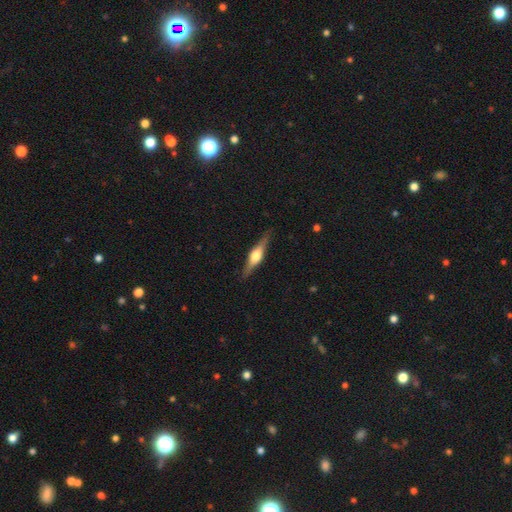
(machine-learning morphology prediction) smooth-or-featured: featured or disk: 71% | smooth: 24% | star or artifact: 5%
  disk-edge-on: yes: 97% | no: 3%
    edge-on-bulge: rounded: 93% | boxy: 5% | none: 2%
  merging: none: 88% | minor disturbance: 9% | major disturbance: 2% | merger: 1%